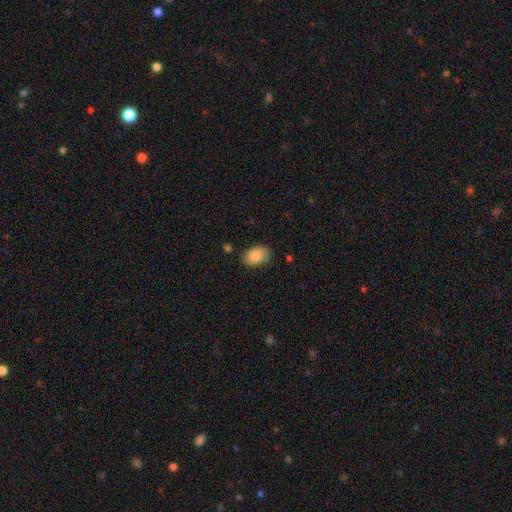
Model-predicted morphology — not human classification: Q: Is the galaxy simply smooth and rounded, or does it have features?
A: smooth — 88%.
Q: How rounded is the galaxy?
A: in between — 89%.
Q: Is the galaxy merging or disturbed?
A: none — 78%.